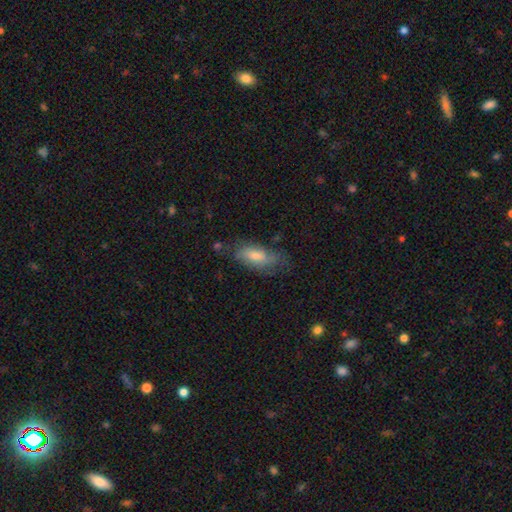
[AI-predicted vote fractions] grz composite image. It shows a smooth galaxy with no disk features (59%) that is in between round and cigar-shaped (78%). Merging: none (61%).